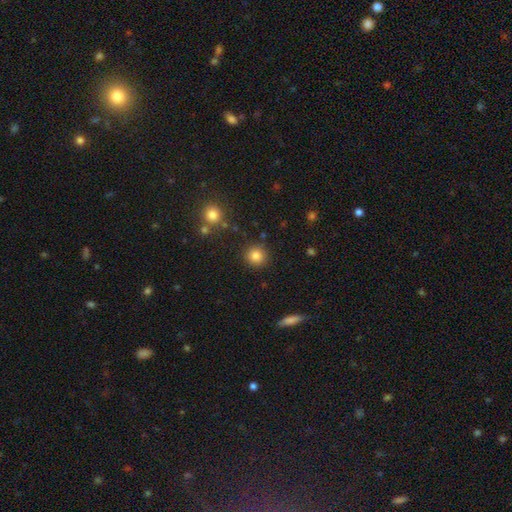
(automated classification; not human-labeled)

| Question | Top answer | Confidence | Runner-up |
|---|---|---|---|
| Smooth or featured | smooth | 84% | star or artifact (11%) |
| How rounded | round | 92% | in between (7%) |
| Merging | none | 88% | minor disturbance (7%) |